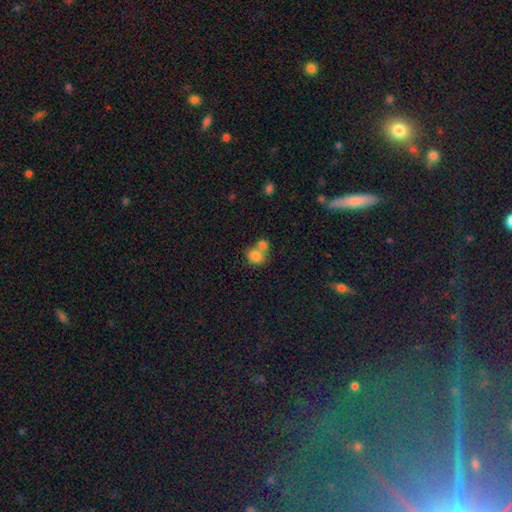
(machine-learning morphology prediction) This appears to be a smooth galaxy with no disk features (81%) that is round (72%). Merging: merger (50%).